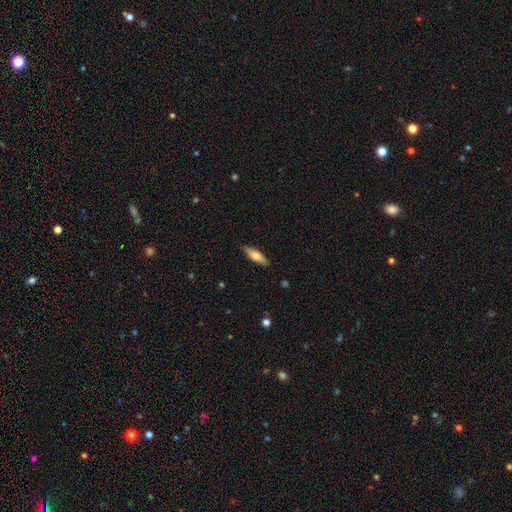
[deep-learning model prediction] This appears to be a smooth galaxy with no disk features (63%) that is cigar-shaped (58%). Merging: none (88%).